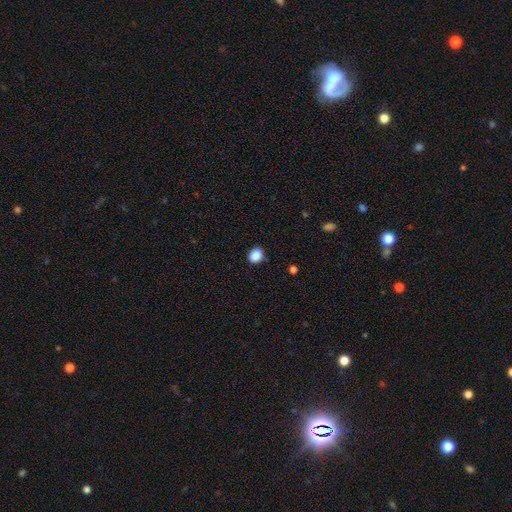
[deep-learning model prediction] smooth-or-featured: smooth: 88% | star or artifact: 9% | featured or disk: 3%
  how-rounded: round: 63% | in between: 36% | cigar-shaped: 1%
  merging: none: 87% | minor disturbance: 10% | major disturbance: 2% | merger: 1%